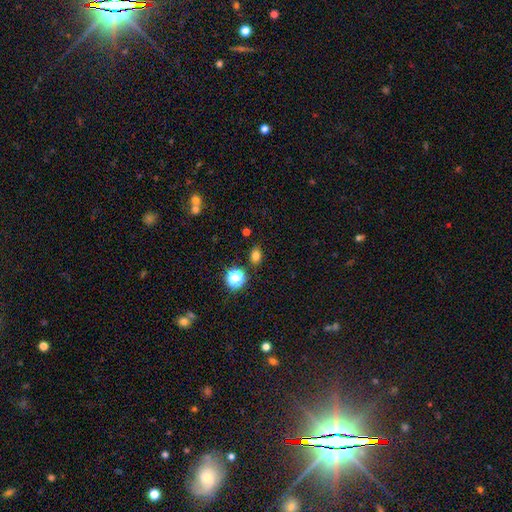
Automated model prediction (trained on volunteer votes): This is likely a smooth galaxy (78%). How rounded: likely in between (63%). Merging: clearly none (85%).